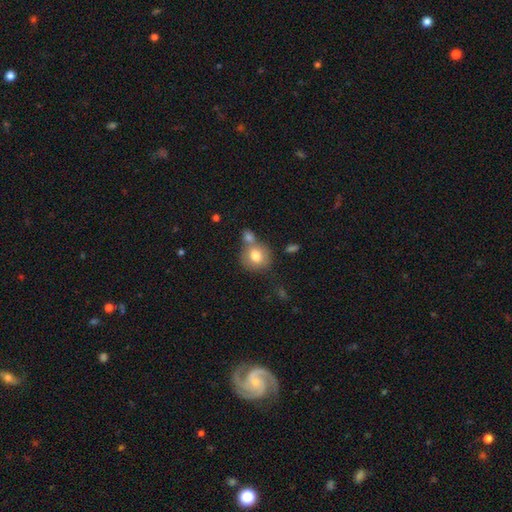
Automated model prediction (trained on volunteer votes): This is likely a smooth galaxy (77%). How rounded: clearly round (82%). Merging: possibly none (49%).